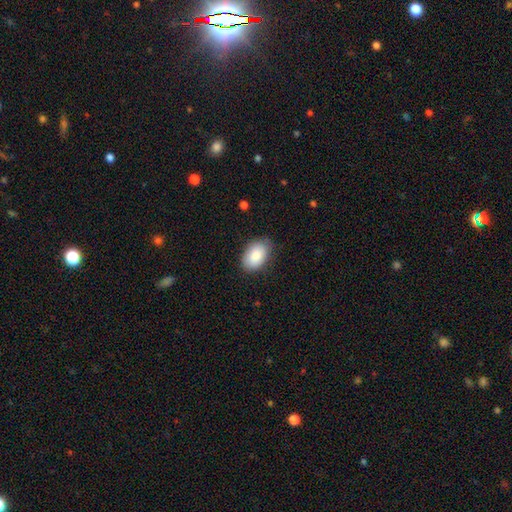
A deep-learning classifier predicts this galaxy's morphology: type=smooth (86%); roundness=in between (91%); merging=none (81%).